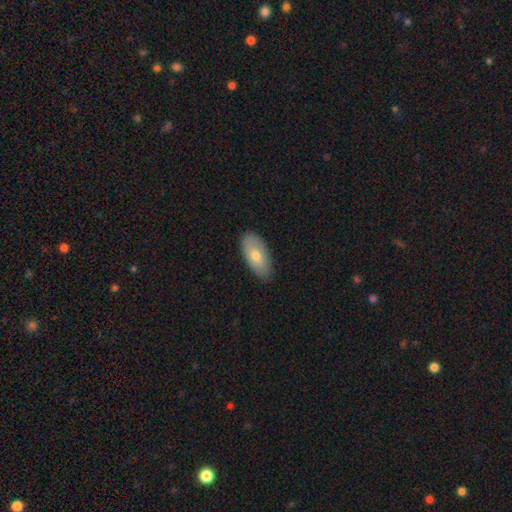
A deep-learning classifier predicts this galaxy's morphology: Smooth or featured? smooth (69%)
How rounded? in between (91%)
Merging? none (85%)